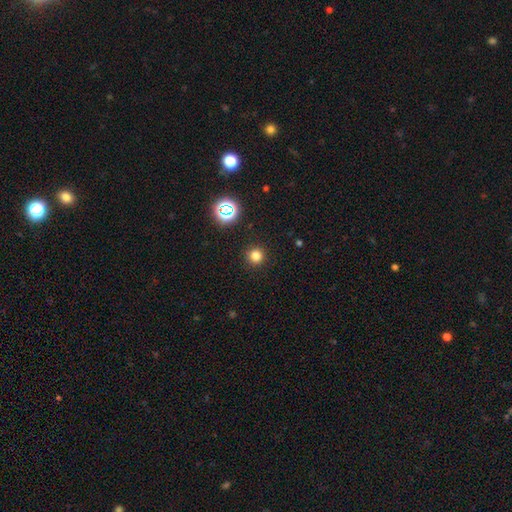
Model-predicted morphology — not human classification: This appears to be a smooth galaxy with no disk features (78%) that is round (95%). Merging: none (91%).